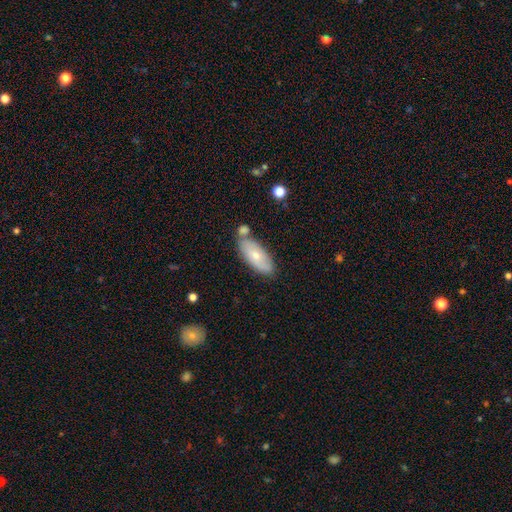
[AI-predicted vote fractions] smooth_or_featured: smooth (p=0.62) [alt: featured or disk p=0.31]
how_rounded: in between (p=0.81) [alt: cigar-shaped p=0.16]
merging: none (p=0.65) [alt: minor disturbance p=0.17]